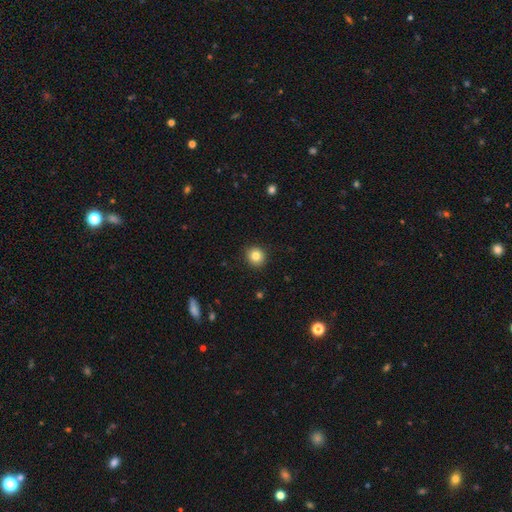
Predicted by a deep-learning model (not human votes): smooth_or_featured: smooth (p=0.84) [alt: star or artifact p=0.10]
how_rounded: round (p=0.91) [alt: in between p=0.08]
merging: none (p=0.92) [alt: minor disturbance p=0.06]